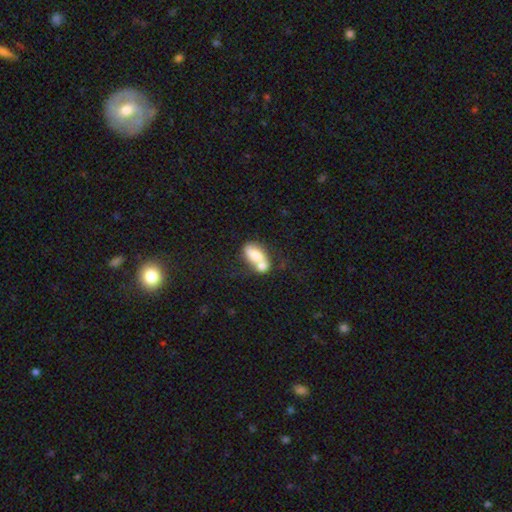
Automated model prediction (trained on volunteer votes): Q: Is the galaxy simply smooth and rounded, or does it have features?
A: smooth — 66%.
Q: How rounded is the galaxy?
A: in between — 87%.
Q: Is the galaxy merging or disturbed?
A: merger — 58%.